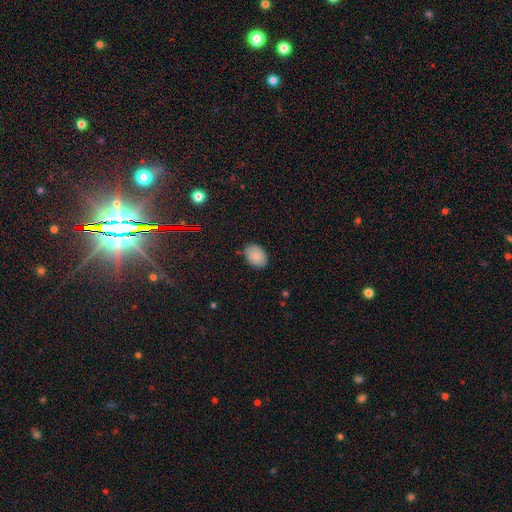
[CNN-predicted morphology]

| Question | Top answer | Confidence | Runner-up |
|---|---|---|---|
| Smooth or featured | smooth | 84% | star or artifact (8%) |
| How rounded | in between | 81% | round (18%) |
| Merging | none | 83% | minor disturbance (13%) |